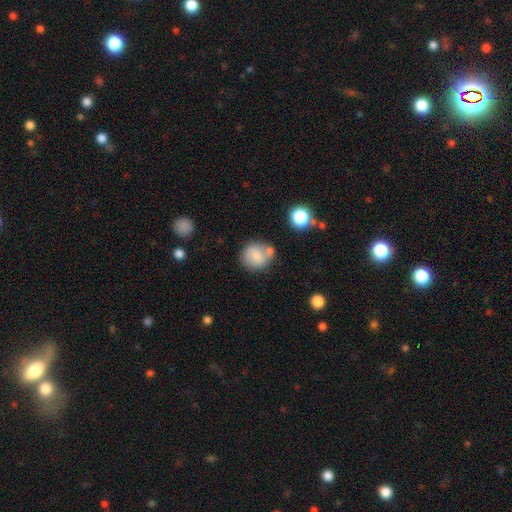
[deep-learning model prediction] smooth-or-featured: smooth: 73% | featured or disk: 17% | star or artifact: 9%
  how-rounded: round: 81% | in between: 18% | cigar-shaped: 1%
  merging: none: 54% | merger: 24% | minor disturbance: 17% | major disturbance: 6%